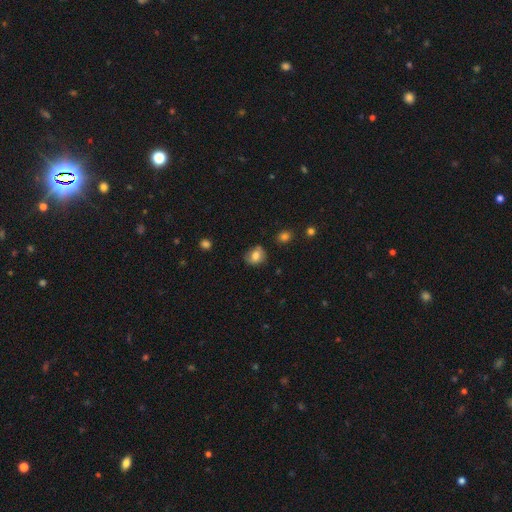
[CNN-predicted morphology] type=smooth (75%); roundness=round (56%); merging=none (72%).